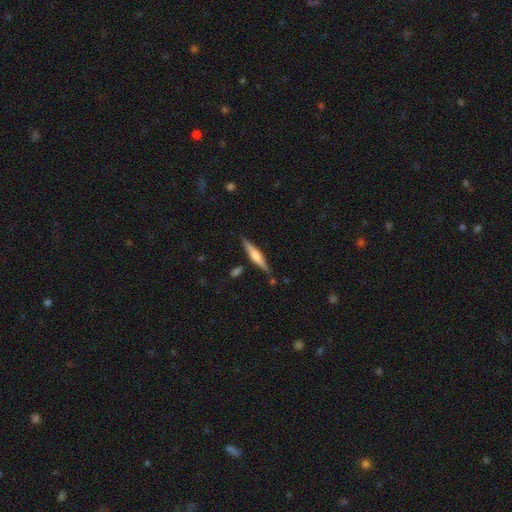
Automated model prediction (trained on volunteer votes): Overall: featured or disk (51%; smooth 43%). Edge-on disk: yes (96%). Merging: none (84%).